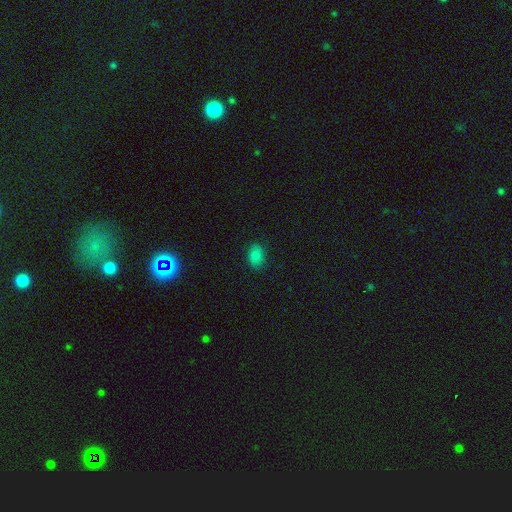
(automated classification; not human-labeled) Smooth or featured: smooth — 83% (star or artifact — 11%)
How rounded: in between — 79% (round — 20%)
Merging: none — 83% (minor disturbance — 13%)